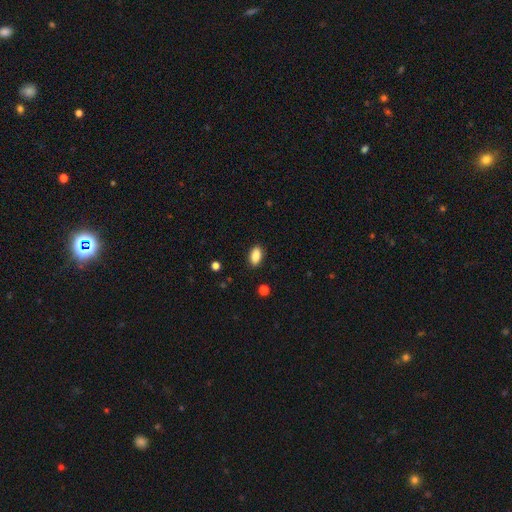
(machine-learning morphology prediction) This appears to be a smooth galaxy with no disk features (88%) that is in between round and cigar-shaped (91%). Merging: none (89%).